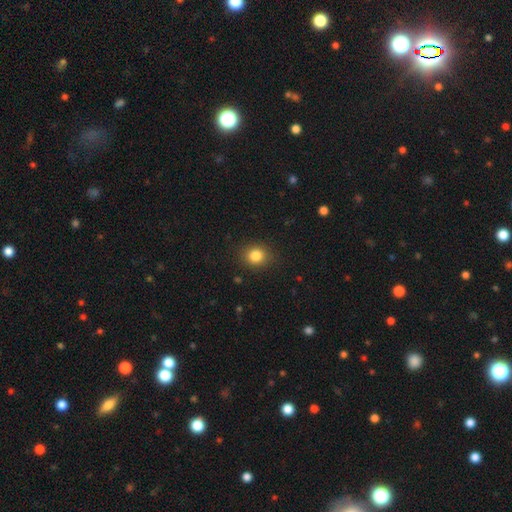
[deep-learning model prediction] The model was most divided on "how rounded": round: 73%, in between: 26%, cigar-shaped: 1%. More confident: merging — none (88%); smooth or featured — smooth (84%).